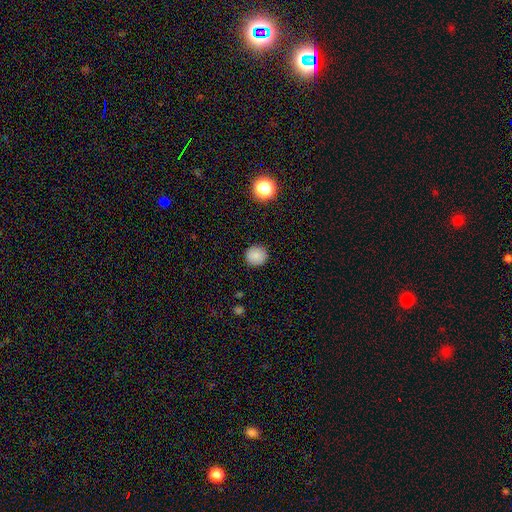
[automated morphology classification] Smooth or featured? Predicted: smooth (p=0.84). How rounded? Predicted: round (p=0.92). Merging? Predicted: none (p=0.91).